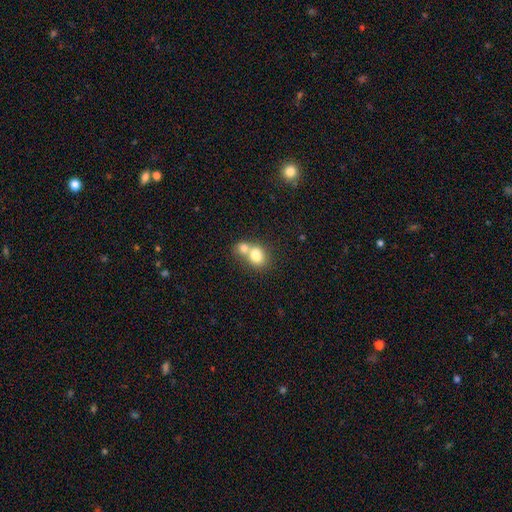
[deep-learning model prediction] A smooth galaxy with no disk features (76%) that is round (55%).

Vote fractions:
- Smooth or featured? smooth: 76% / featured or disk: 14% / star or artifact: 9%
- How rounded? round: 55% / in between: 44% / cigar-shaped: 1%
- Merging? merger: 66% / none: 25% / minor disturbance: 6% / major disturbance: 3%